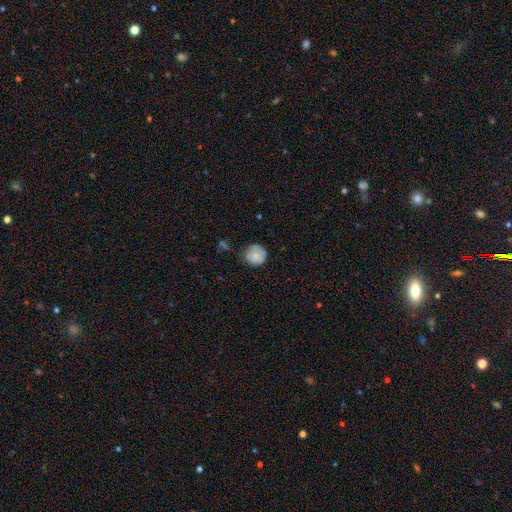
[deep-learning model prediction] Smooth or featured? Predicted: smooth (p=0.70). How rounded? Predicted: round (p=0.90). Merging? Predicted: none (p=0.71).